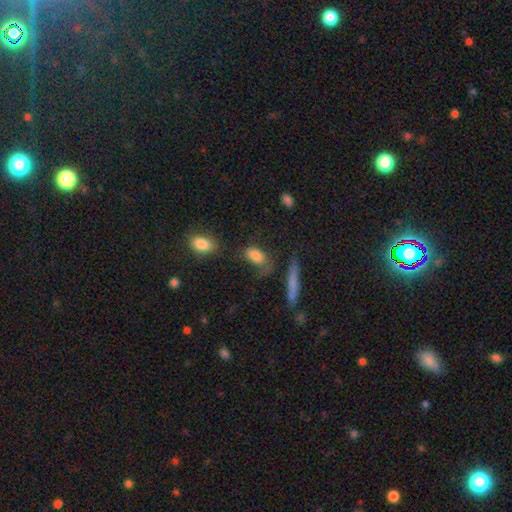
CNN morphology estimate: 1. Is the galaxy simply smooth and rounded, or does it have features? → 80% smooth, 10% featured or disk, 10% star or artifact.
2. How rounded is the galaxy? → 86% in between, 7% cigar-shaped, 6% round.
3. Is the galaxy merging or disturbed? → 54% none, 22% minor disturbance, 14% major disturbance, 10% merger.